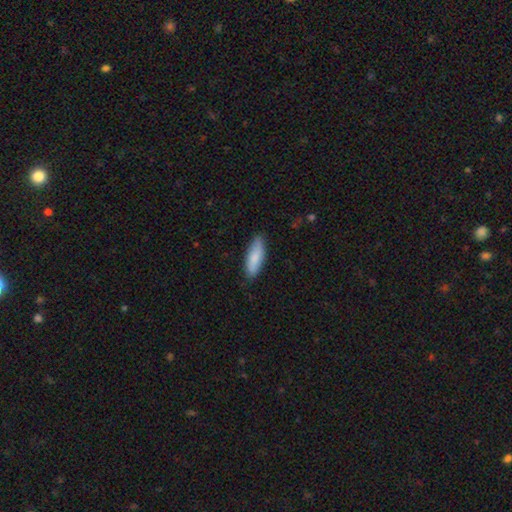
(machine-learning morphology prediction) Smooth or featured? smooth (83%)
How rounded? in between (60%)
Merging? none (83%)